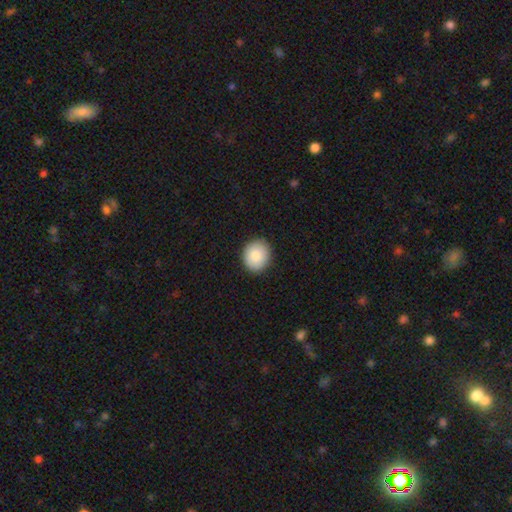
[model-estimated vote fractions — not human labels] The model was most divided on "how rounded": round: 71%, in between: 28%, cigar-shaped: 1%. More confident: merging — none (89%); smooth or featured — smooth (85%).